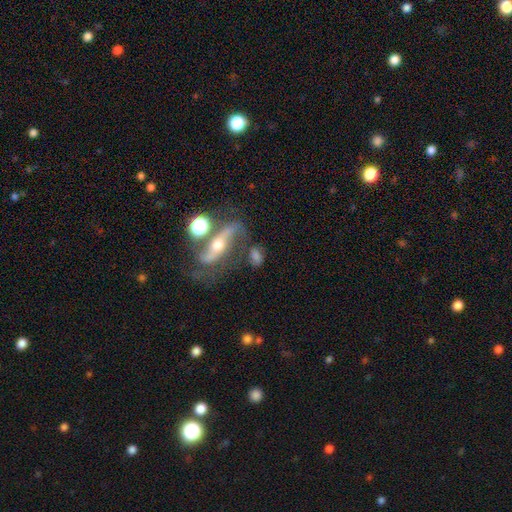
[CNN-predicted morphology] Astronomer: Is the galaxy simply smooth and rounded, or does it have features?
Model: featured or disk — 53% (runner-up: smooth, 35%).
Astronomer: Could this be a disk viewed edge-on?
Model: no — 77%.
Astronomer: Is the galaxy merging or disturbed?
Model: none — 52%.